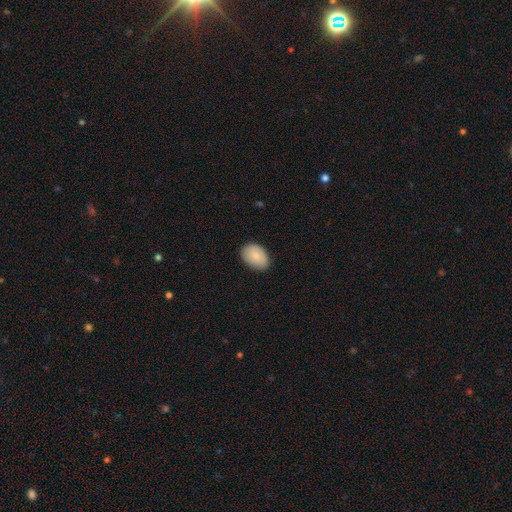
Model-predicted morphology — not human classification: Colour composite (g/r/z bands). It shows a smooth galaxy with no disk features (85%) that is in between round and cigar-shaped (82%). Merging: none (82%).